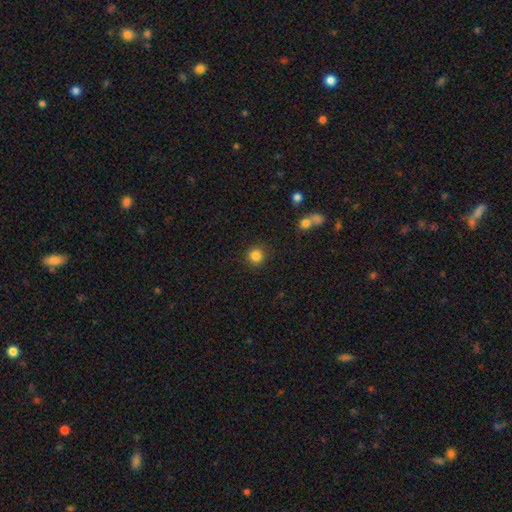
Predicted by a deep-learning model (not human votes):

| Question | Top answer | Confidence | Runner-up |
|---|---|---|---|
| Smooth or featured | smooth | 84% | star or artifact (11%) |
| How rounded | round | 94% | in between (5%) |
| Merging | none | 89% | minor disturbance (7%) |